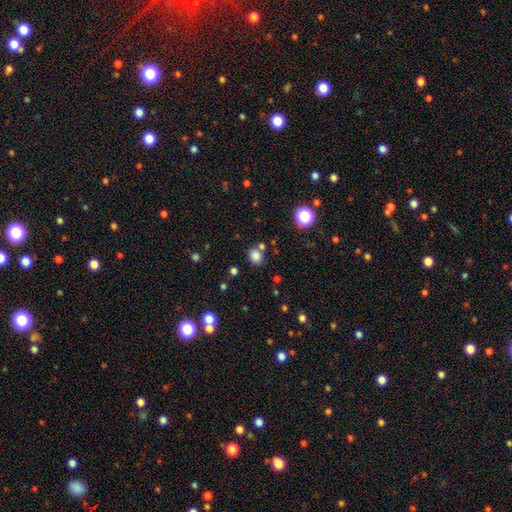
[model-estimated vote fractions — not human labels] smooth_or_featured: smooth (p=0.81) [alt: star or artifact p=0.14]
how_rounded: round (p=0.64) [alt: in between p=0.35]
merging: none (p=0.72) [alt: merger p=0.12]